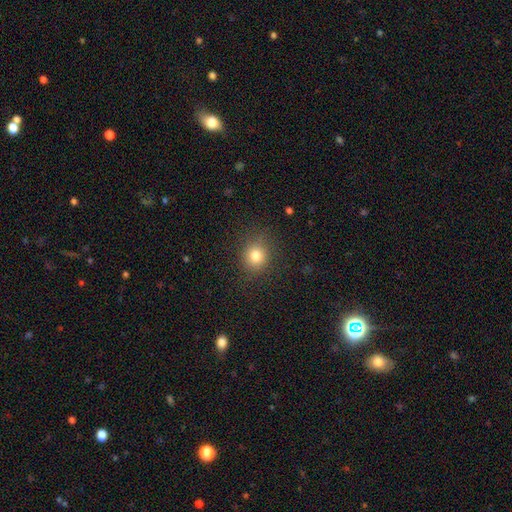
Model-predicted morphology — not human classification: Overall: smooth (80%). How rounded: round (84%). Merging: none (86%).